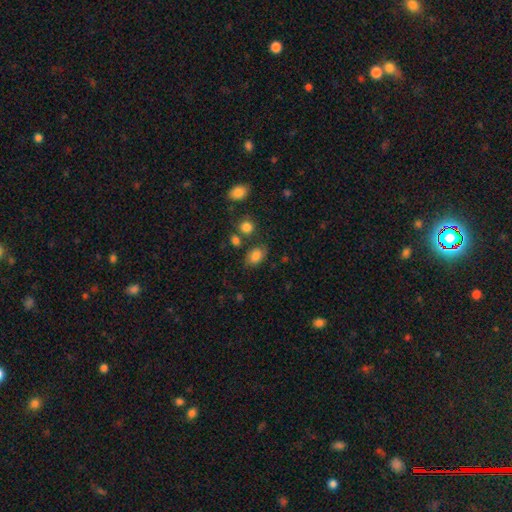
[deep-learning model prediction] Smooth or featured? Predicted: smooth (p=0.80). How rounded? Predicted: in between (p=0.80). Merging? Predicted: none (p=0.70).